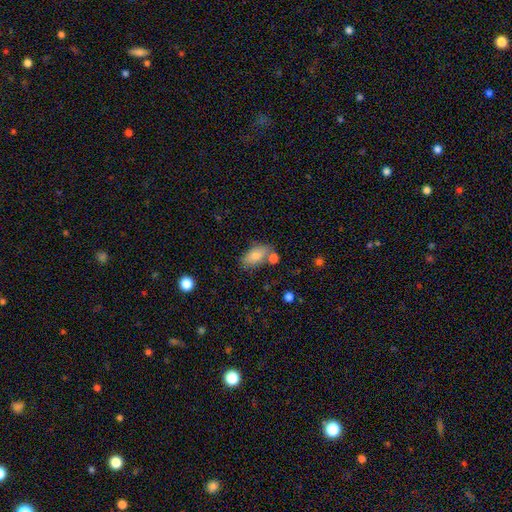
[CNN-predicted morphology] This is likely a smooth galaxy (79%). How rounded: clearly in between (91%). Merging: likely none (60%).